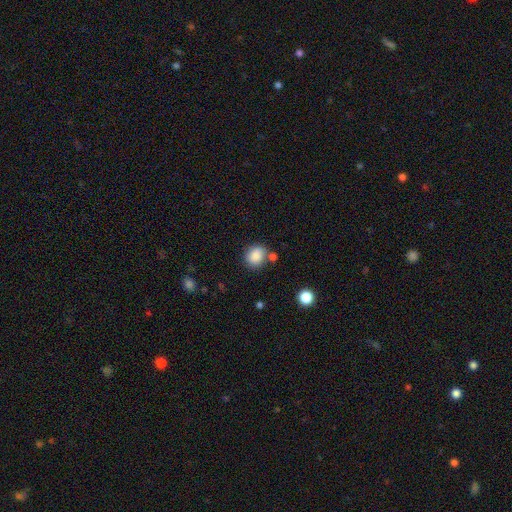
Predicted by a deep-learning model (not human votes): smooth_or_featured: smooth (p=0.85) [alt: star or artifact p=0.09]
how_rounded: round (p=0.64) [alt: in between p=0.35]
merging: none (p=0.68) [alt: minor disturbance p=0.16]